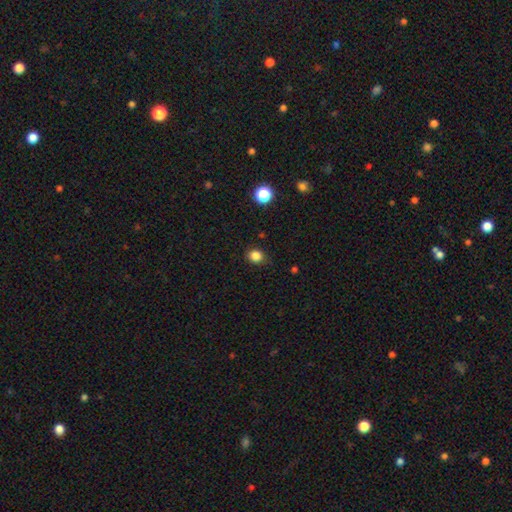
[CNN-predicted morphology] Overall: smooth (84%). How rounded: round (72%). Merging: none (85%).